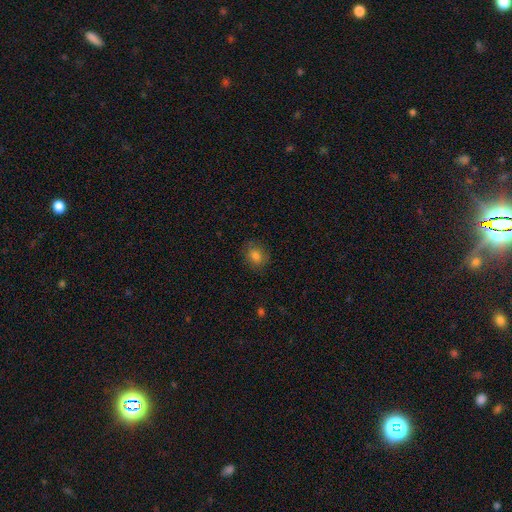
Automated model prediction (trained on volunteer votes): The model was most divided on "how rounded": round: 61%, in between: 38%, cigar-shaped: 1%. More confident: merging — none (83%); smooth or featured — smooth (80%).